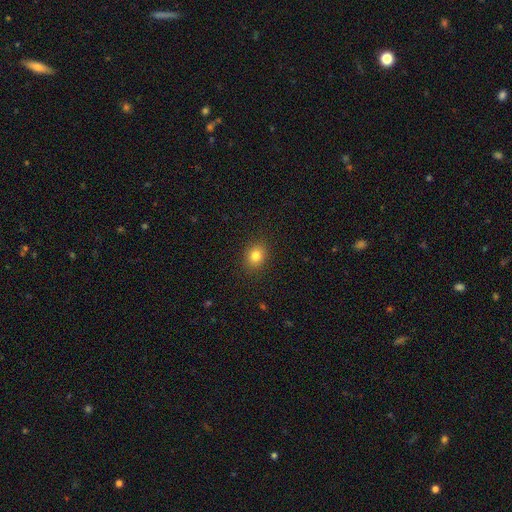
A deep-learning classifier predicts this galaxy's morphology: smooth 81%, star or artifact 12%, featured or disk 7%. Down the decision tree: how rounded — round (58%); merging — none (89%).